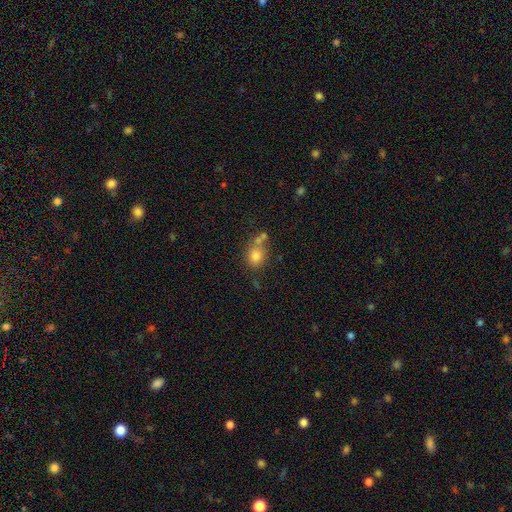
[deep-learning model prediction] smooth_or_featured: smooth (p=0.78) [alt: star or artifact p=0.12]
how_rounded: round (p=0.65) [alt: in between p=0.34]
merging: none (p=0.53) [alt: merger p=0.27]